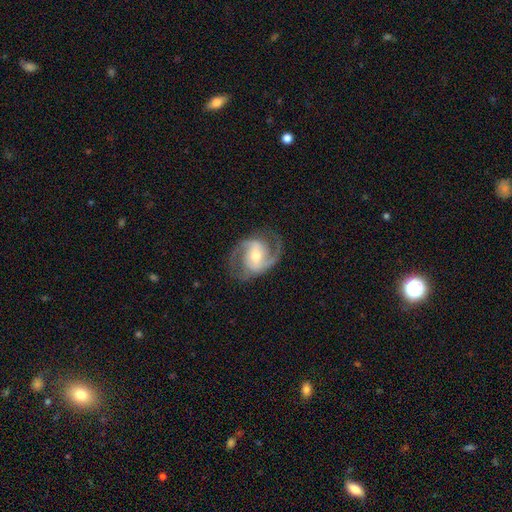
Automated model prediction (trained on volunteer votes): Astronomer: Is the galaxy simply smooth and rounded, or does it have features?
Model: featured or disk — 88%.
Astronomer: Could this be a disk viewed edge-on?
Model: no — 97%.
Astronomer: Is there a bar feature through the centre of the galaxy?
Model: weak — 44% (runner-up: no, 29%).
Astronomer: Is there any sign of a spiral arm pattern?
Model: yes — 96%.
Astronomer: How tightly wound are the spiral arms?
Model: medium — 59%.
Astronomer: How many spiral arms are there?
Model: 2 — 91%.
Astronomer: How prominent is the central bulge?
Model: moderate — 62%.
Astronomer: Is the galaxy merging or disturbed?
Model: none — 78%.